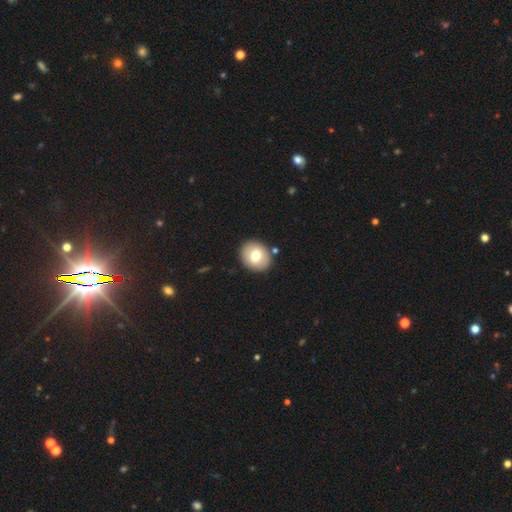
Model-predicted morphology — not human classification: smooth 72%, featured or disk 21%, star or artifact 8%. Down the decision tree: how rounded — round (60%); merging — none (87%).